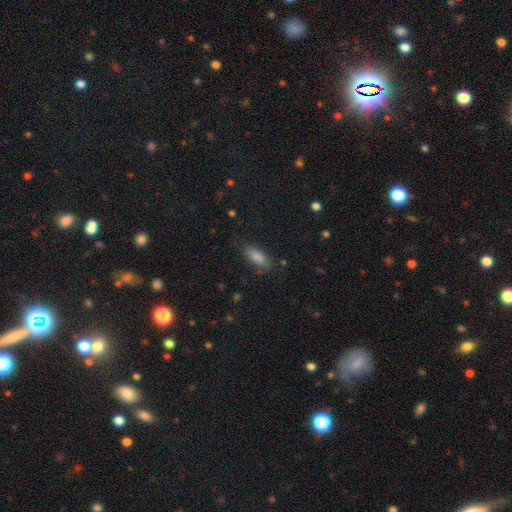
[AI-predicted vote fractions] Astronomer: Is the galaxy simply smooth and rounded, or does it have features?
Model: smooth — 76%.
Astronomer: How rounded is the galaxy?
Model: in between — 72%.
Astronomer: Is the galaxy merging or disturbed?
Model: none — 82%.